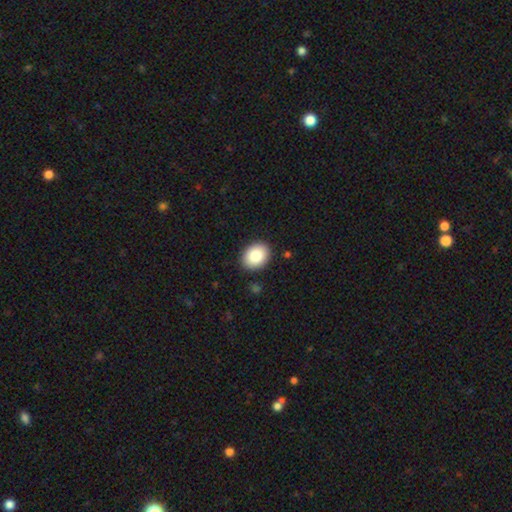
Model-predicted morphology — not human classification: A smooth galaxy with no disk features (85%) that is in between round and cigar-shaped (61%).

Vote fractions:
- Smooth or featured? smooth: 85% / featured or disk: 8% / star or artifact: 7%
- How rounded? in between: 61% / round: 38% / cigar-shaped: 1%
- Merging? none: 89% / minor disturbance: 8% / major disturbance: 2% / merger: 1%